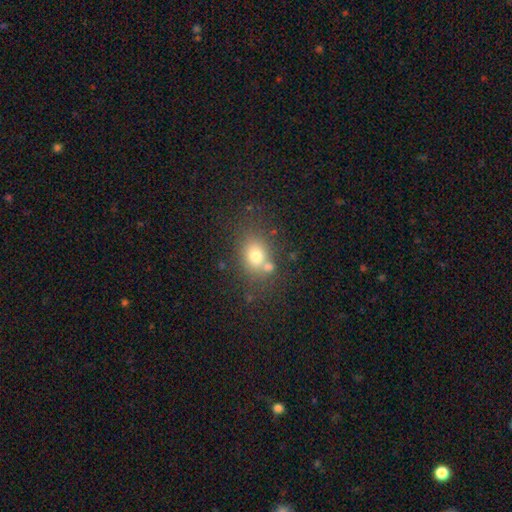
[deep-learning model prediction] A smooth galaxy with no disk features (73%) that is in between round and cigar-shaped (53%). Merging: none (59%).